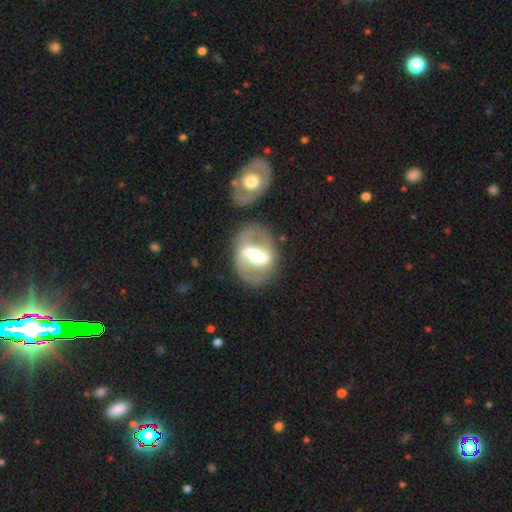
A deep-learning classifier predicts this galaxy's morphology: Smooth or featured? Predicted: featured or disk (p=0.75). Edge-on disk? Predicted: no (p=0.92). Bar? Predicted: strong (p=0.63). Spiral arms? Predicted: yes (p=0.58). Bulge size? Predicted: moderate (p=0.61). Merging? Predicted: none (p=0.64).